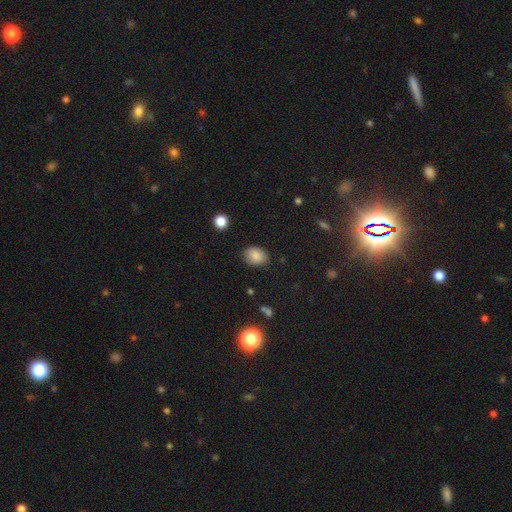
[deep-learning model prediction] smooth 86%, star or artifact 9%, featured or disk 5%. Down the decision tree: how rounded — in between (69%); merging — none (85%).